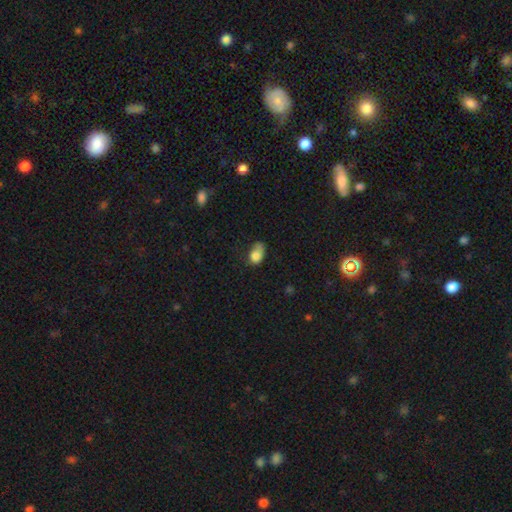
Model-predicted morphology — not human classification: A smooth galaxy with no disk features (79%) that is in between round and cigar-shaped (79%). Merging: minor disturbance (38%).